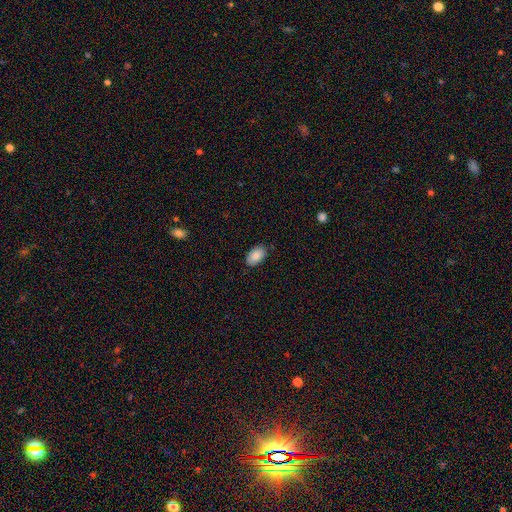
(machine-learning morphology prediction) This is clearly a smooth galaxy (88%). How rounded: clearly in between (94%). Merging: clearly none (84%).